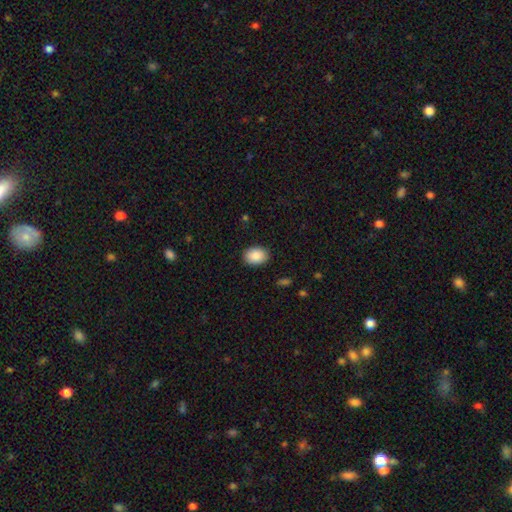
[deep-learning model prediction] A smooth galaxy with no disk features (89%) that is in between round and cigar-shaped (73%).

Vote fractions:
- Smooth or featured? smooth: 89% / star or artifact: 7% / featured or disk: 4%
- How rounded? in between: 73% / round: 26% / cigar-shaped: 1%
- Merging? none: 89% / minor disturbance: 8% / major disturbance: 2% / merger: 1%